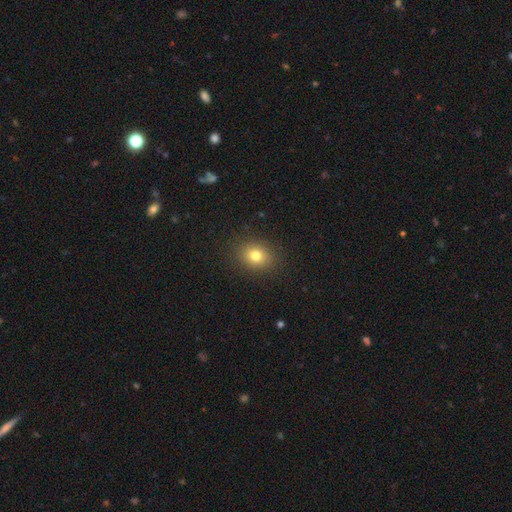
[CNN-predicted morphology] This is likely a smooth galaxy (79%). How rounded: possibly round (54%). Merging: clearly none (88%).